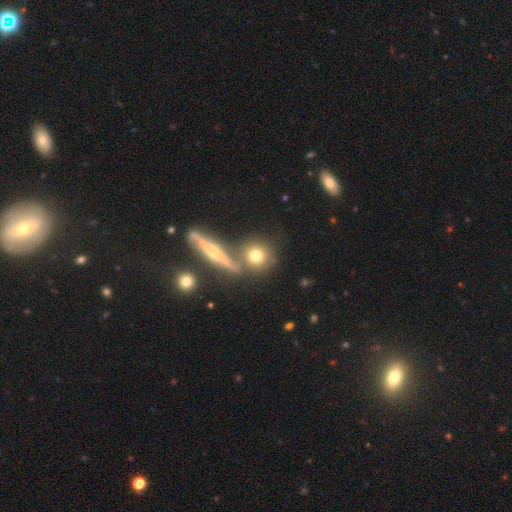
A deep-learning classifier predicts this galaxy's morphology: Smooth or featured? Predicted: smooth (p=0.71). How rounded? Predicted: round (p=0.83). Merging? Predicted: none (p=0.65).